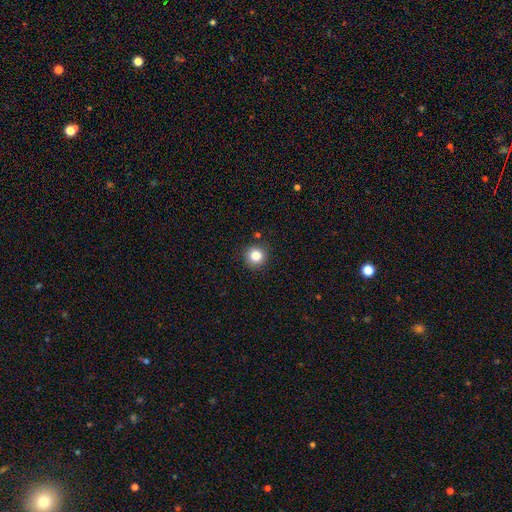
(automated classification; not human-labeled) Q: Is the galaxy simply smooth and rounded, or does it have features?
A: smooth — 84%.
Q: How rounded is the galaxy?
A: round — 93%.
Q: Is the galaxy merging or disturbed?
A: none — 90%.